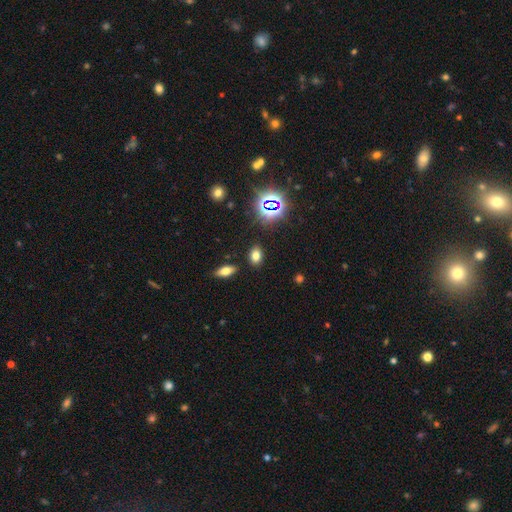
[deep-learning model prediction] smooth-or-featured: smooth: 69% | star or artifact: 23% | featured or disk: 8%
  how-rounded: in between: 81% | round: 17% | cigar-shaped: 2%
  merging: none: 87% | minor disturbance: 8% | major disturbance: 3% | merger: 3%